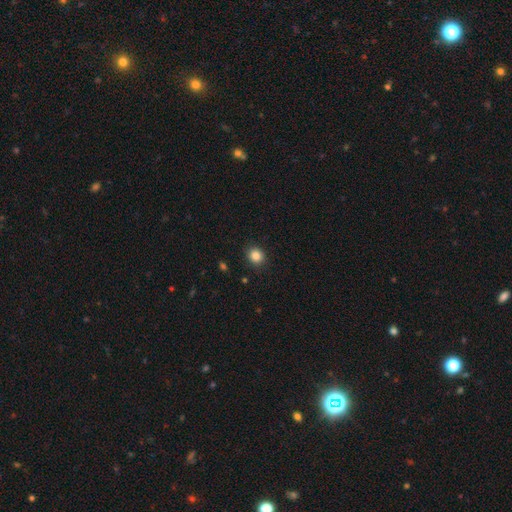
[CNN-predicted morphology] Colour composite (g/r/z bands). It shows a smooth galaxy with no disk features (85%) that is round (80%). Merging: none (89%).